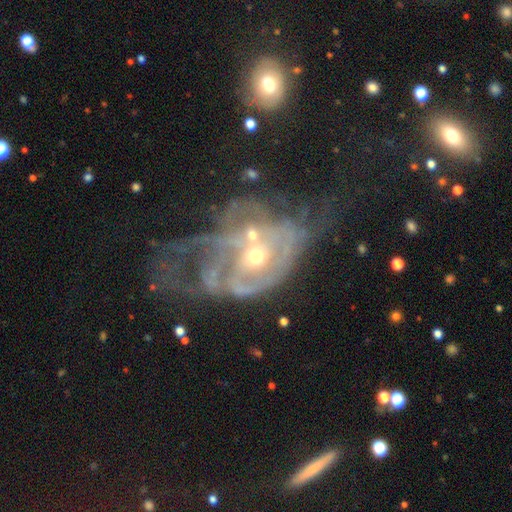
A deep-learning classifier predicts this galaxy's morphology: This is likely a featured or disk galaxy (78%). It is clearly not viewed edge-on (96%). Bar: likely no (73%). Spiral arm pattern: likely yes (66%). Central bulge: possibly moderate (51%). Merging: marginally major disturbance (38%).